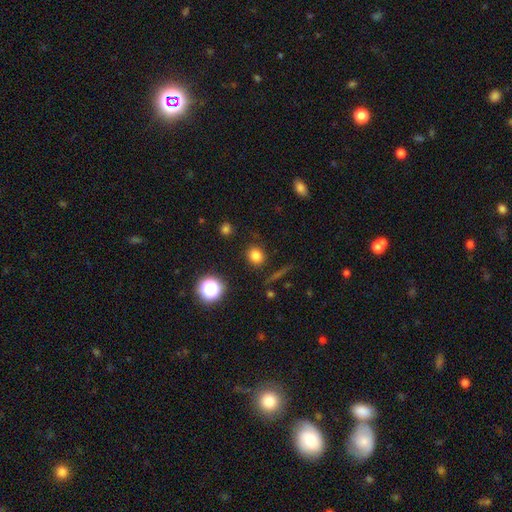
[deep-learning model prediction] Smooth or featured? smooth (79%)
How rounded? round (81%)
Merging? none (87%)